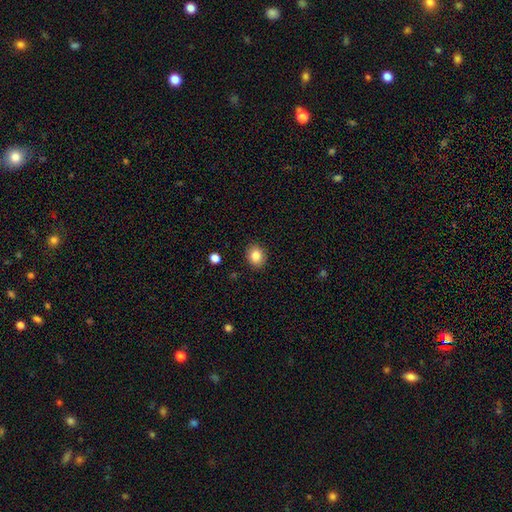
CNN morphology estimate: A smooth galaxy with no disk features (84%) that is round (59%).

Vote fractions:
- Smooth or featured? smooth: 84% / star or artifact: 10% / featured or disk: 6%
- How rounded? round: 59% / in between: 40% / cigar-shaped: 1%
- Merging? none: 89% / minor disturbance: 8% / major disturbance: 2% / merger: 1%